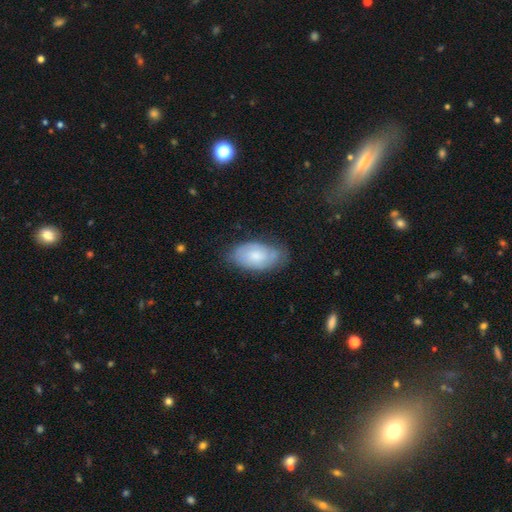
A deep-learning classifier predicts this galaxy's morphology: Smooth or featured? Predicted: smooth (p=0.52). How rounded? Predicted: in between (p=0.94). Merging? Predicted: none (p=0.67).